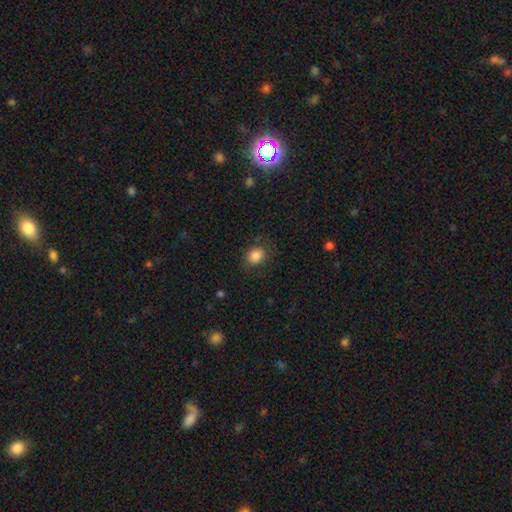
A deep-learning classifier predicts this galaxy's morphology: Smooth or featured? smooth (86%)
How rounded? round (60%)
Merging? none (81%)